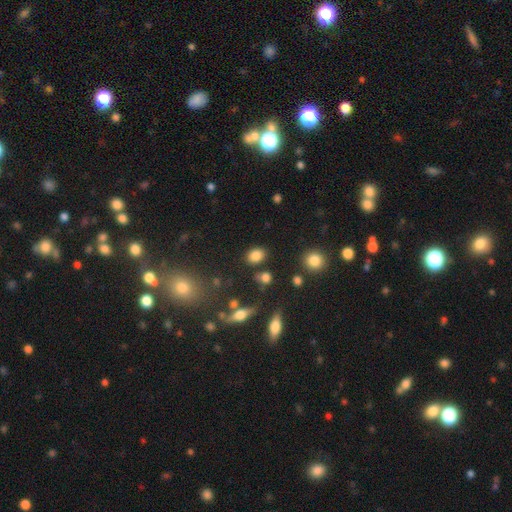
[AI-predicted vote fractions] The model was most divided on "how rounded": in between: 69%, round: 29%, cigar-shaped: 2%. More confident: smooth or featured — smooth (82%); merging — none (80%).